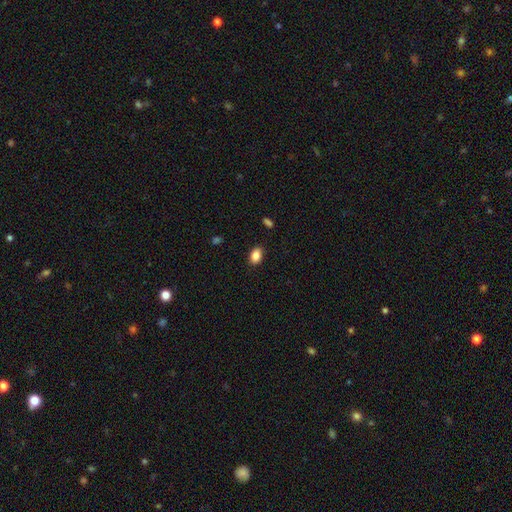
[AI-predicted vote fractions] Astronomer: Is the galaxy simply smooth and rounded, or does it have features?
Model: smooth — 87%.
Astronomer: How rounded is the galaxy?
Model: in between — 83%.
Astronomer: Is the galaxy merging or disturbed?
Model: none — 87%.